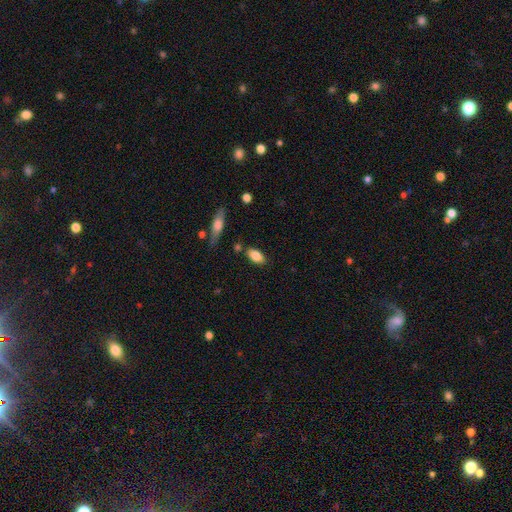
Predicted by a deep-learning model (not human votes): The model was most divided on "merging": none: 79%, minor disturbance: 12%, merger: 5%, major disturbance: 3%. More confident: how rounded — in between (91%); smooth or featured — smooth (84%).